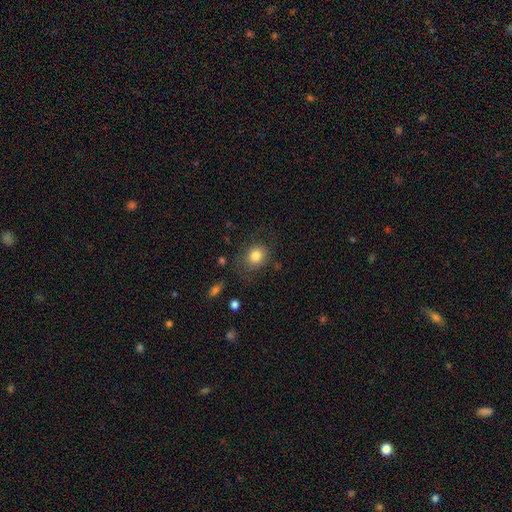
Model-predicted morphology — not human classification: smooth-or-featured: smooth: 80% | featured or disk: 10% | star or artifact: 10%
  how-rounded: round: 61% | in between: 38% | cigar-shaped: 1%
  merging: none: 68% | minor disturbance: 19% | major disturbance: 10% | merger: 2%